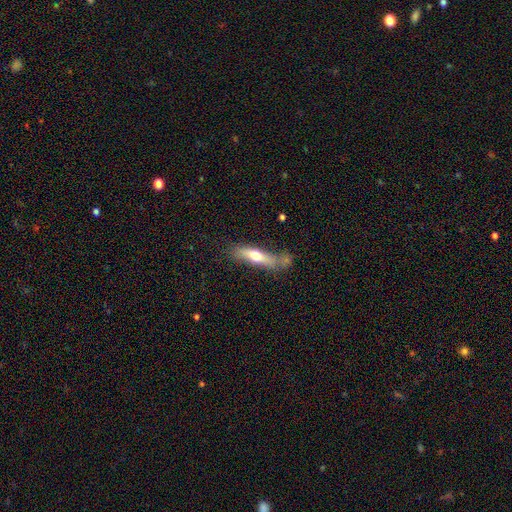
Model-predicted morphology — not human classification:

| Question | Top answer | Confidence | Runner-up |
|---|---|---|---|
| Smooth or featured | smooth | 57% | featured or disk (37%) |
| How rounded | cigar-shaped | 69% | in between (28%) |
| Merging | none | 56% | minor disturbance (21%) |